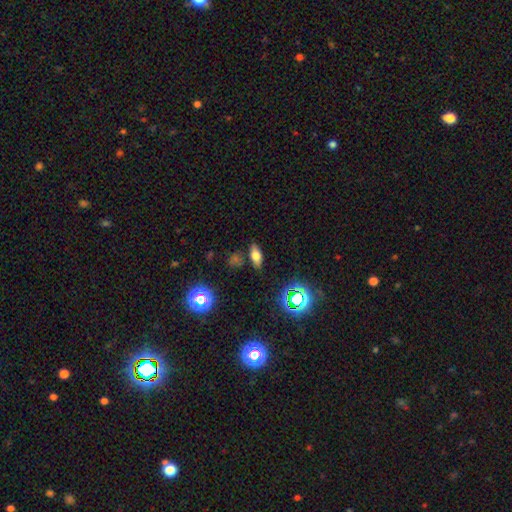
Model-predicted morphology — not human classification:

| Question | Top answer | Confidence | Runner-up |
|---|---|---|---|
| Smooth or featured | smooth | 61% | featured or disk (20%) |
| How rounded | in between | 73% | cigar-shaped (19%) |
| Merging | none | 80% | minor disturbance (12%) |